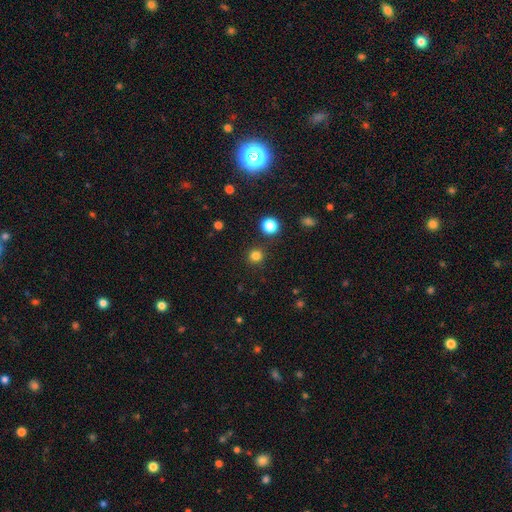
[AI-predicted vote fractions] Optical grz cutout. It shows a smooth galaxy with no disk features (80%) that is round (94%). Merging: none (89%).